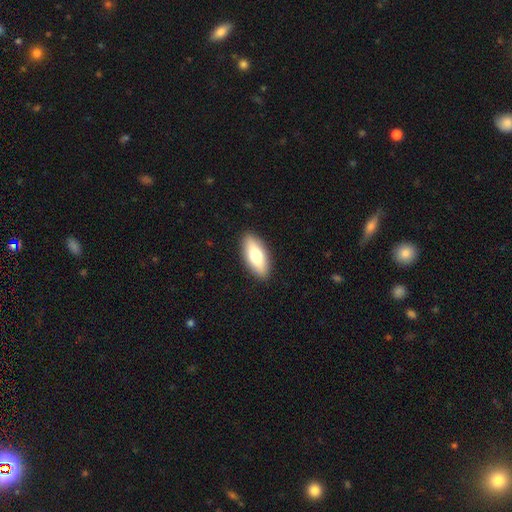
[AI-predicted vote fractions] Smooth or featured?
  - smooth: 70% *
  - featured or disk: 24%
  - star or artifact: 6%
How rounded?
  - in between: 74% *
  - cigar-shaped: 24%
  - round: 2%
Merging?
  - none: 89% *
  - minor disturbance: 8%
  - major disturbance: 2%
  - merger: 1%